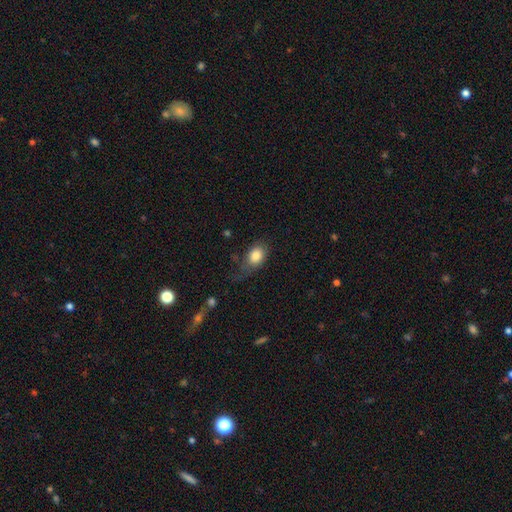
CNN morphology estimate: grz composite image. It shows a smooth galaxy with no disk features (82%) that is in between round and cigar-shaped (72%). Merging: none (44%).